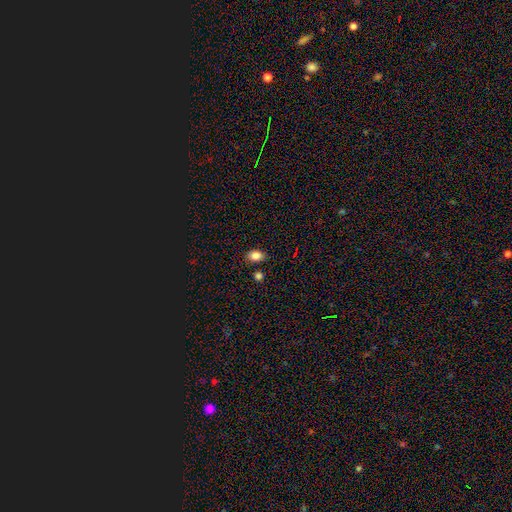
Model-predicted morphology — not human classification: Q: Smooth or featured?
A: smooth (85%); runner-up: star or artifact (10%)
Q: How rounded?
A: in between (83%); runner-up: round (16%)
Q: Merging?
A: none (82%); runner-up: minor disturbance (11%)